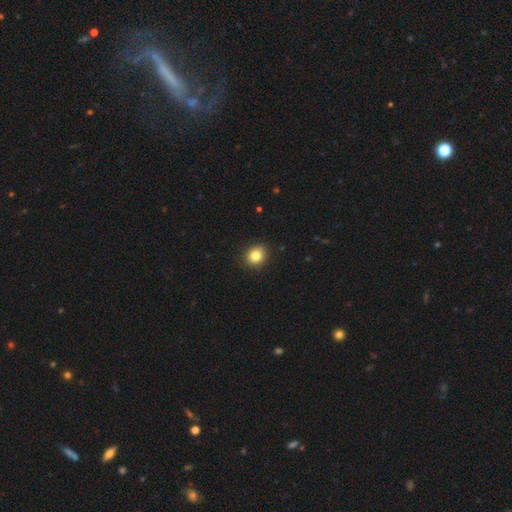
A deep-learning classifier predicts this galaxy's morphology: A smooth galaxy with no disk features (83%) that is round (76%). Merging: none (90%).